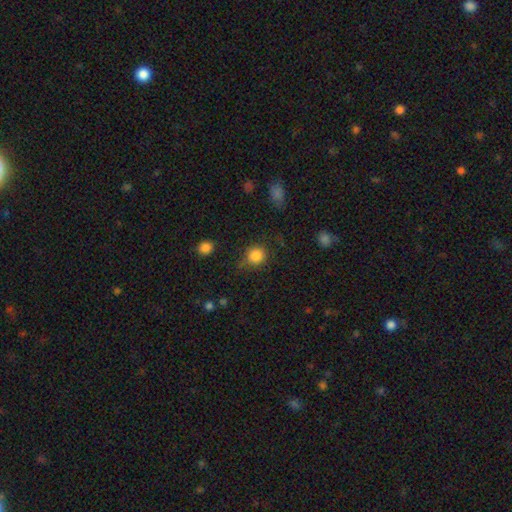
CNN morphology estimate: Smooth or featured?
  - smooth: 85% *
  - star or artifact: 11%
  - featured or disk: 5%
How rounded?
  - round: 89% *
  - in between: 10%
  - cigar-shaped: 1%
Merging?
  - none: 69% *
  - minor disturbance: 21%
  - major disturbance: 7%
  - merger: 4%